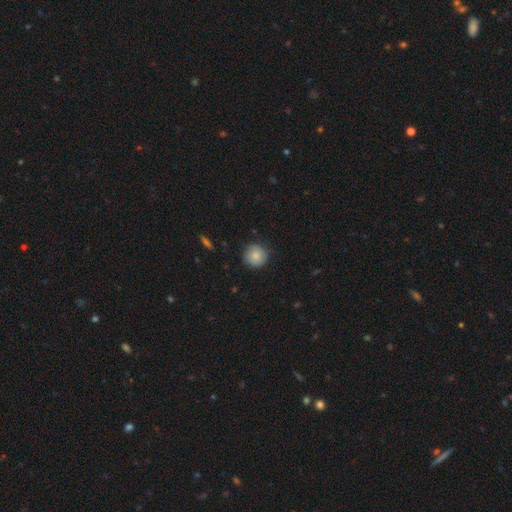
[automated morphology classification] A smooth galaxy with no disk features (82%) that is round (93%). Merging: none (82%).